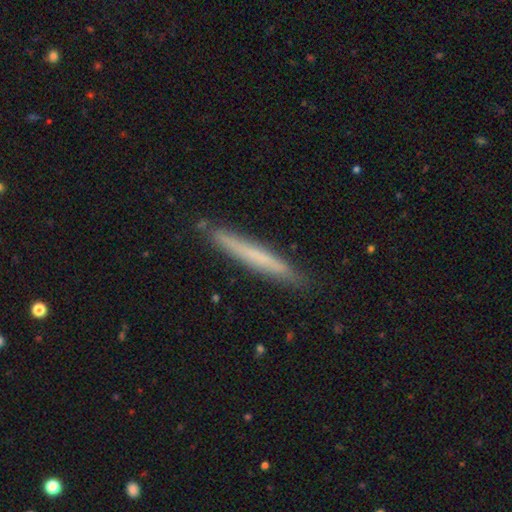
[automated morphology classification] Smooth or featured?
  - smooth: 57% *
  - featured or disk: 37%
  - star or artifact: 6%
How rounded?
  - cigar-shaped: 97% *
  - in between: 2%
  - round: 1%
Merging?
  - none: 88% *
  - minor disturbance: 9%
  - major disturbance: 2%
  - merger: 1%